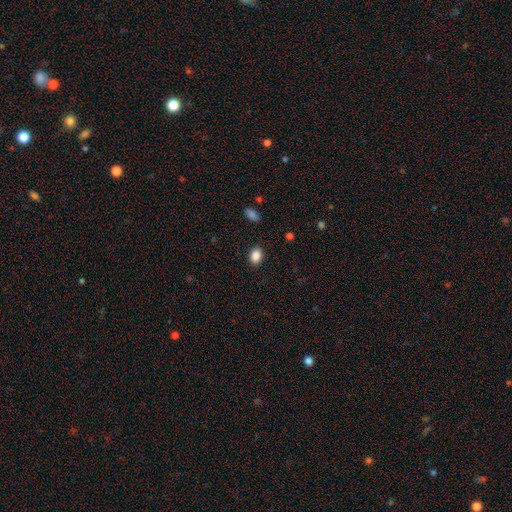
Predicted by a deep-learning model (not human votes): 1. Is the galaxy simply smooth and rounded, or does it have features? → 87% smooth, 9% star or artifact, 4% featured or disk.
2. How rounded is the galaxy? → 68% in between, 31% round, 1% cigar-shaped.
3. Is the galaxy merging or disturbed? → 88% none, 9% minor disturbance, 3% major disturbance, 1% merger.